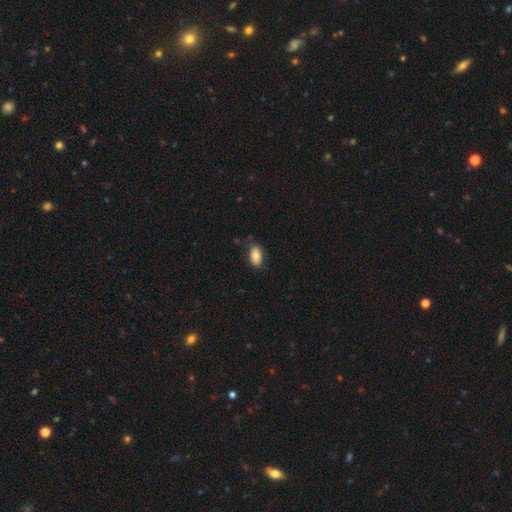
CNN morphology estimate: A smooth galaxy with no disk features (81%) that is in between round and cigar-shaped (92%). Merging: none (78%).